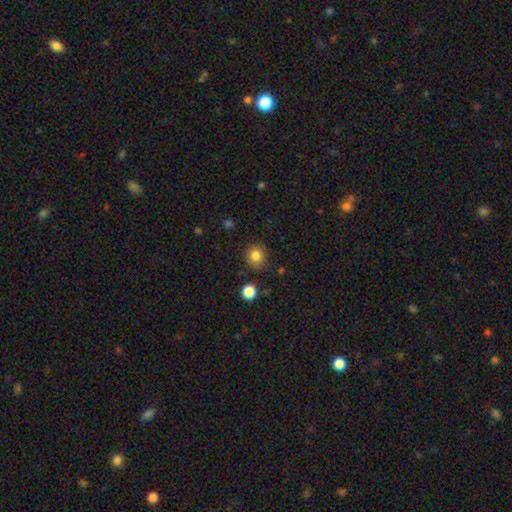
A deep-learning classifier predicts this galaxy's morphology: Overall: smooth (83%). How rounded: round (87%). Merging: none (87%).